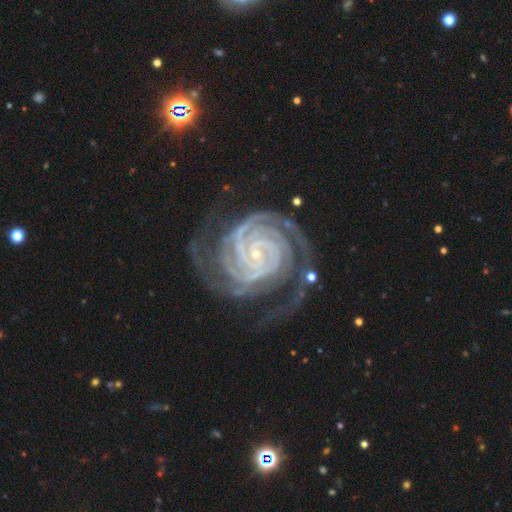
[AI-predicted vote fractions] Overall: featured or disk (93%). Edge-on disk: no (98%). Bar: no (56%; weak 26%). Spiral arms: yes (99%). Spiral arm count: 4 (24%, tied with 3). Spiral winding: tight (85%). Bulge size: small (88%). Merging: none (67%).